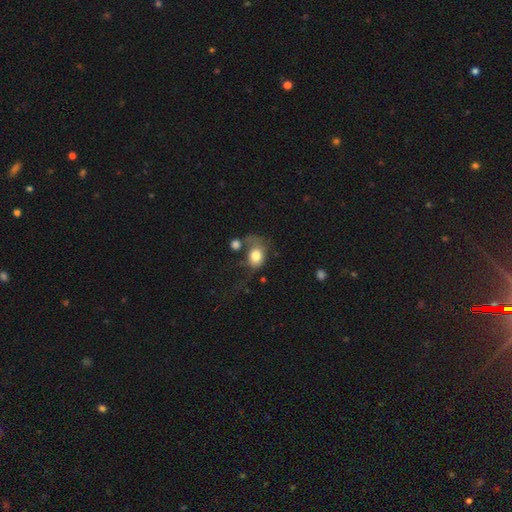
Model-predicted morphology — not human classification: Smooth or featured?
  - smooth: 77% *
  - featured or disk: 15%
  - star or artifact: 9%
How rounded?
  - in between: 53% *
  - round: 46%
  - cigar-shaped: 1%
Merging?
  - major disturbance: 35% *
  - none: 26%
  - merger: 20%
  - minor disturbance: 20%